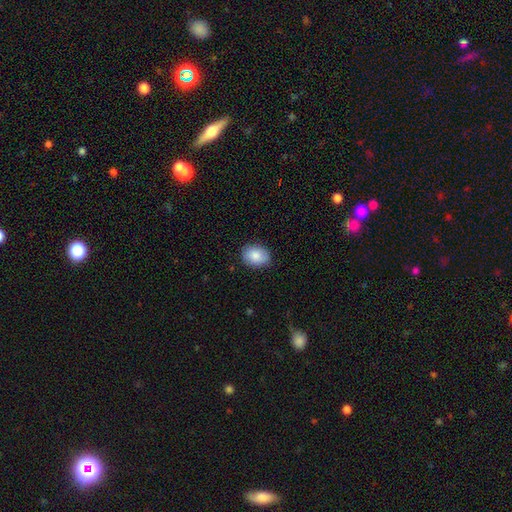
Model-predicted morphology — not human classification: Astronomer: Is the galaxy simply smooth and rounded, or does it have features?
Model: smooth — 86%.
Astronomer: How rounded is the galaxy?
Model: in between — 66%.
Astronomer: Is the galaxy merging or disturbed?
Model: none — 85%.